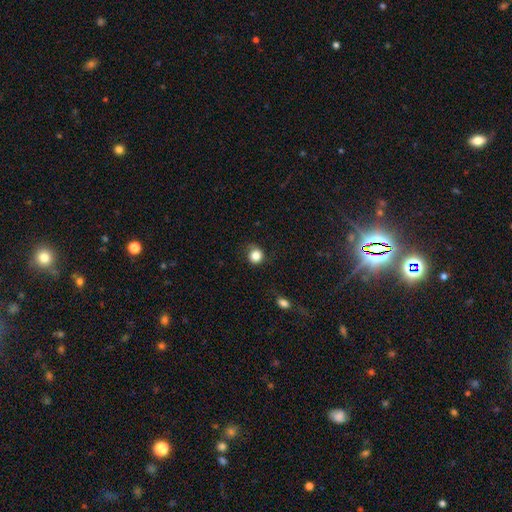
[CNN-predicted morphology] Smooth or featured: smooth — 84% (star or artifact — 10%)
How rounded: round — 86% (in between — 13%)
Merging: none — 70% (minor disturbance — 21%)